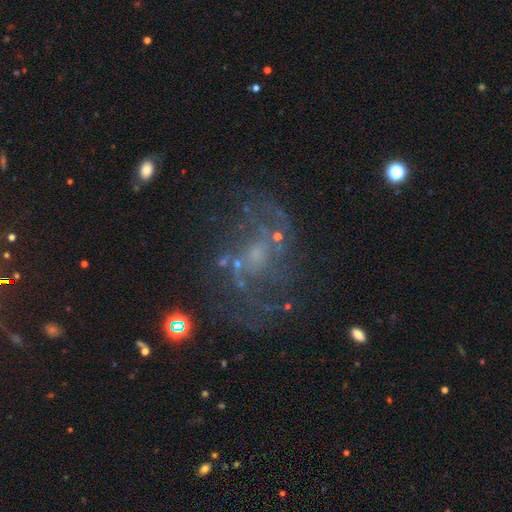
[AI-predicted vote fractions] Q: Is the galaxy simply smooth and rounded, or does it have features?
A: featured or disk — 65%.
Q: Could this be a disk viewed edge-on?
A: no — 97%.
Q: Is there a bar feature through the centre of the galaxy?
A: no — 68%.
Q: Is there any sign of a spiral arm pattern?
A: yes — 60%.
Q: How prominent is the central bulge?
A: small — 42%, tied with none.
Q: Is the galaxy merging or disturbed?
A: none — 52%.